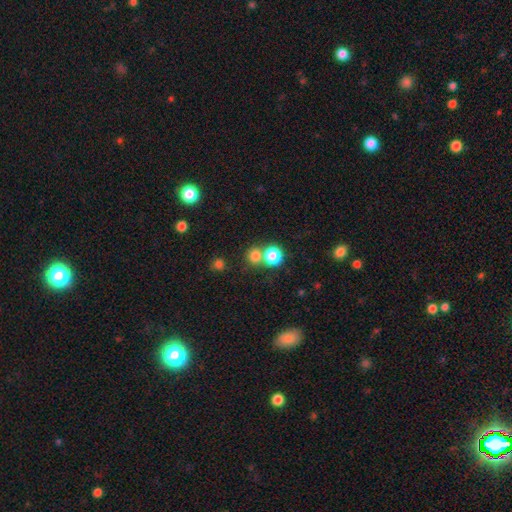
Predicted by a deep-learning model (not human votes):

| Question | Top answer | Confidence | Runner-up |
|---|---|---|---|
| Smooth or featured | smooth | 76% | star or artifact (17%) |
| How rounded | round | 88% | in between (11%) |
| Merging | none | 59% | merger (31%) |